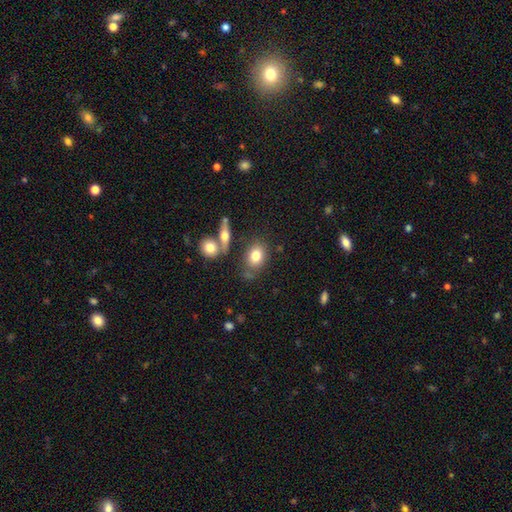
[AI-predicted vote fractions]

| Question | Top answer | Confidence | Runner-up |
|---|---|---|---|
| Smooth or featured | smooth | 77% | featured or disk (14%) |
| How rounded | in between | 67% | round (31%) |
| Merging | none | 69% | minor disturbance (14%) |